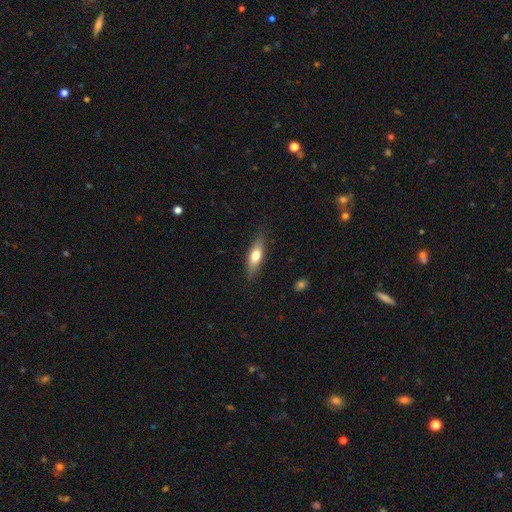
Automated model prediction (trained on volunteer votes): Smooth or featured: smooth — 63% (featured or disk — 31%)
How rounded: in between — 52% (cigar-shaped — 45%)
Merging: none — 80% (minor disturbance — 15%)